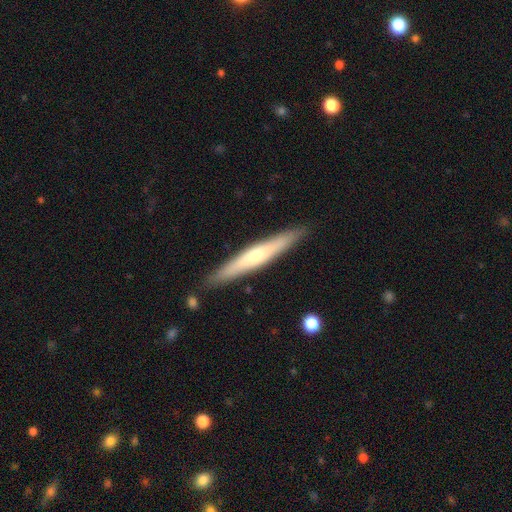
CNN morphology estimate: smooth_or_featured: featured or disk (p=0.52) [alt: smooth p=0.42]
disk_edge_on: yes (p=0.93) [alt: no p=0.07]
merging: none (p=0.89) [alt: minor disturbance p=0.08]